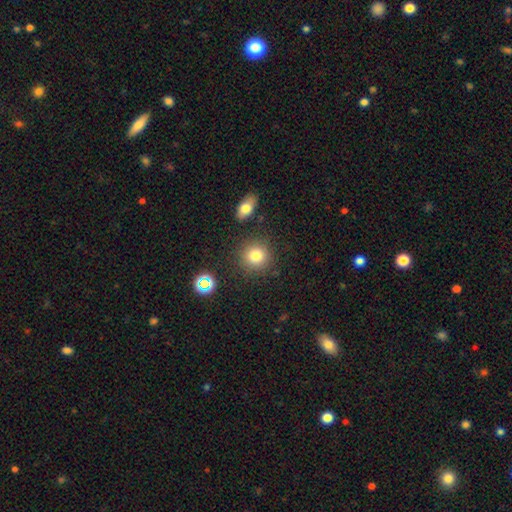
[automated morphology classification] A smooth galaxy with no disk features (80%) that is round (90%).

Vote fractions:
- Smooth or featured? smooth: 80% / star or artifact: 12% / featured or disk: 7%
- How rounded? round: 90% / in between: 9% / cigar-shaped: 1%
- Merging? none: 85% / minor disturbance: 8% / merger: 4% / major disturbance: 3%